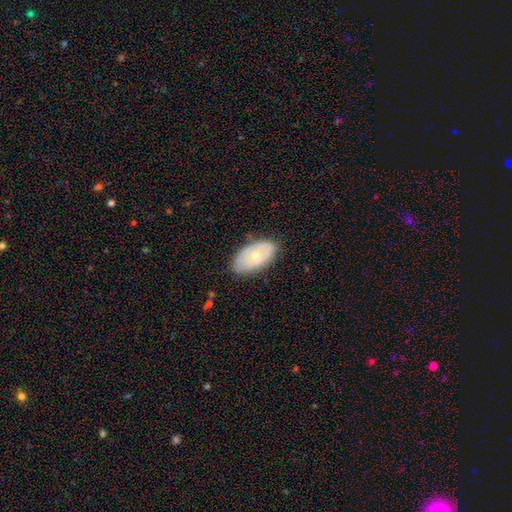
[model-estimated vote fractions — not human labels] Morphology: type=smooth (52%); roundness=in between (93%); merging=none (78%).